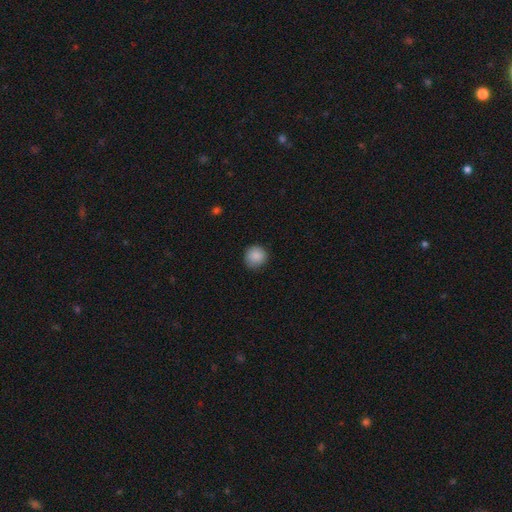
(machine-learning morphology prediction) This appears to be a smooth galaxy with no disk features (88%) that is round (92%). Merging: none (88%).